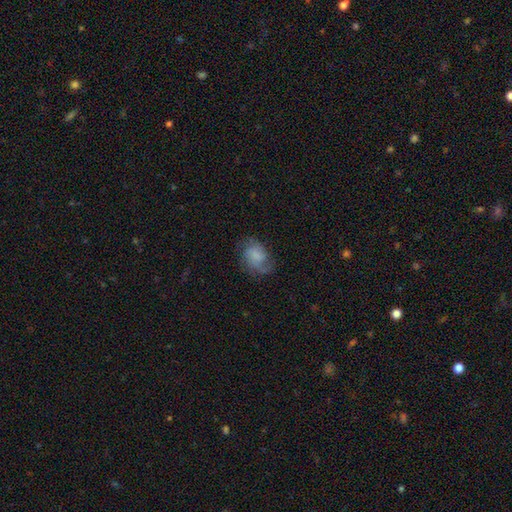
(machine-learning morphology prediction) Smooth or featured? Predicted: featured or disk (p=0.48). Merging? Predicted: none (p=0.61).